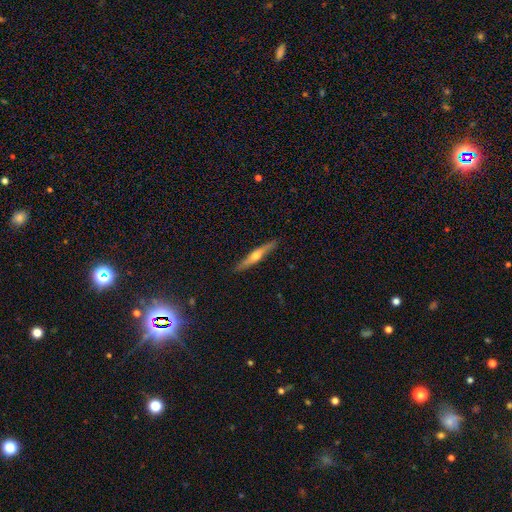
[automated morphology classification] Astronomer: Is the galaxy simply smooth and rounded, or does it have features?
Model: featured or disk — 62%.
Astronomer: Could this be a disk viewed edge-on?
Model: yes — 95%.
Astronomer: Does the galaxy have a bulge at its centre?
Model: rounded — 90%.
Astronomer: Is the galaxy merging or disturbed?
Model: none — 89%.